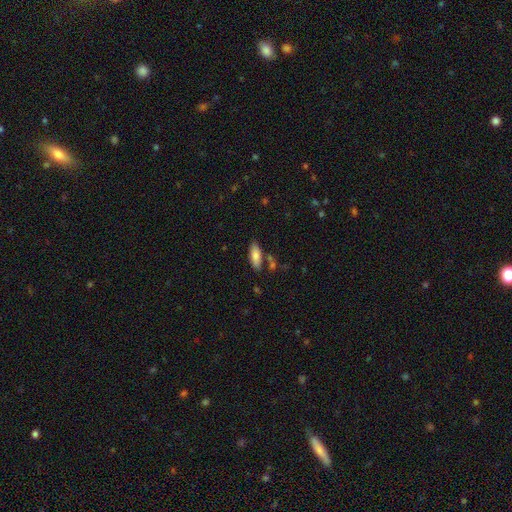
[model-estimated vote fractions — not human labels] A smooth galaxy with no disk features (82%) that is in between round and cigar-shaped (72%).

Vote fractions:
- Smooth or featured? smooth: 82% / featured or disk: 11% / star or artifact: 7%
- How rounded? in between: 72% / cigar-shaped: 26% / round: 2%
- Merging? none: 74% / minor disturbance: 14% / merger: 9% / major disturbance: 3%